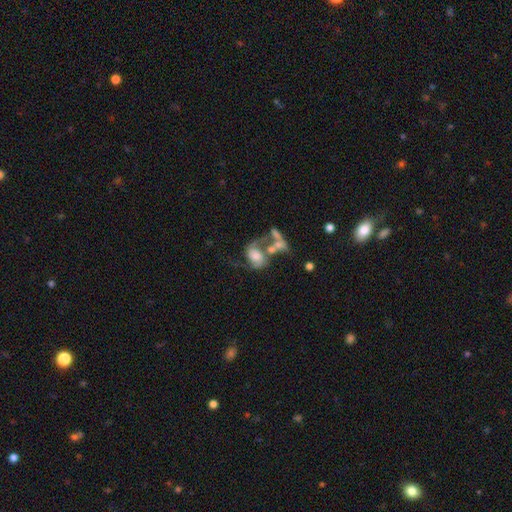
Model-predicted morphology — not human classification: featured or disk 66%, smooth 25%, star or artifact 9%. Down the decision tree: edge-on disk — no (97%); bar — no (65%); spiral arms — yes (75%); bulge size — moderate (38%); merging — merger (43%).